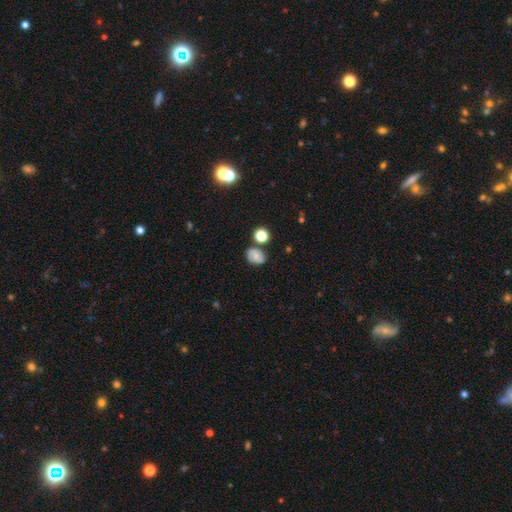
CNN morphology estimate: A smooth galaxy with no disk features (59%) that is in between round and cigar-shaped (51%). Merging: none (69%).